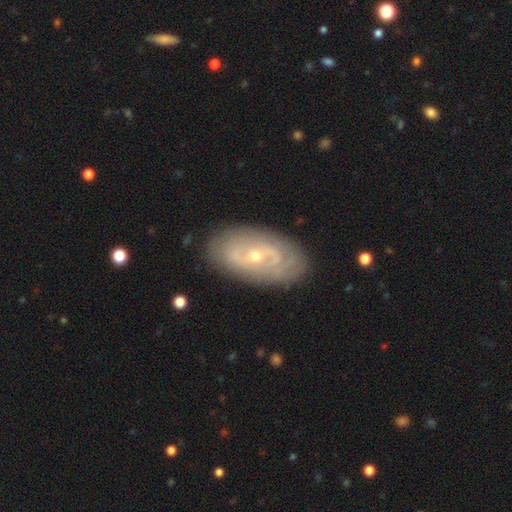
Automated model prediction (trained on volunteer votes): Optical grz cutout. It shows a featured or disk galaxy (76%) with no bar (58%), spiral arms (70%) and a small central bulge (56%). Merging: none (80%).